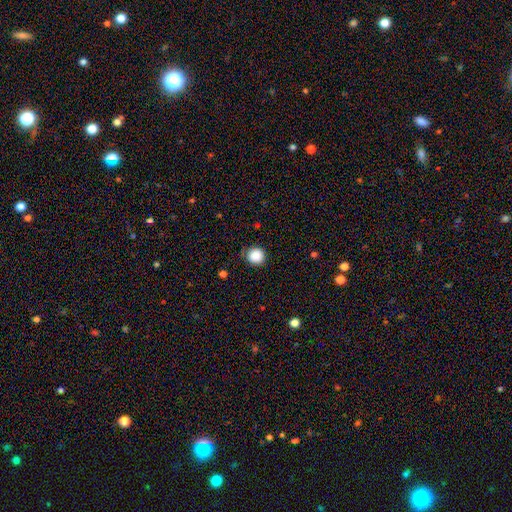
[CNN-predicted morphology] A smooth galaxy with no disk features (87%) that is round (93%). Merging: none (84%).